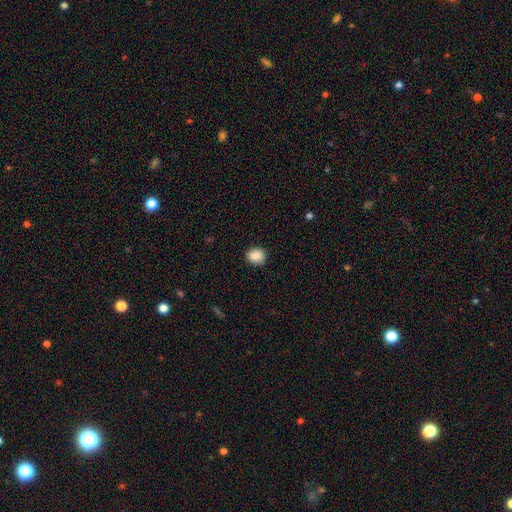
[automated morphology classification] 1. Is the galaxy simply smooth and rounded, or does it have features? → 89% smooth, 8% star or artifact, 3% featured or disk.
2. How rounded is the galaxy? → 75% round, 24% in between, 1% cigar-shaped.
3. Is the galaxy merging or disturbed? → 90% none, 7% minor disturbance, 2% major disturbance, 1% merger.